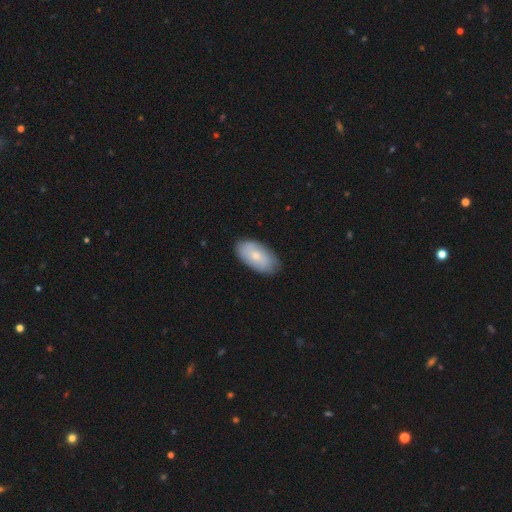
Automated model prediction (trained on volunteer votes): smooth_or_featured: smooth (p=0.66) [alt: featured or disk p=0.28]
how_rounded: in between (p=0.94) [alt: round p=0.04]
merging: none (p=0.81) [alt: minor disturbance p=0.15]